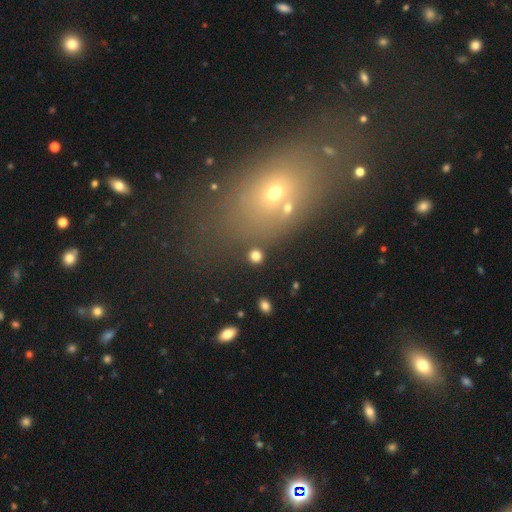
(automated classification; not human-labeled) smooth-or-featured: smooth: 79% | star or artifact: 14% | featured or disk: 7%
  how-rounded: round: 81% | in between: 17% | cigar-shaped: 2%
  merging: none: 84% | minor disturbance: 7% | merger: 6% | major disturbance: 4%